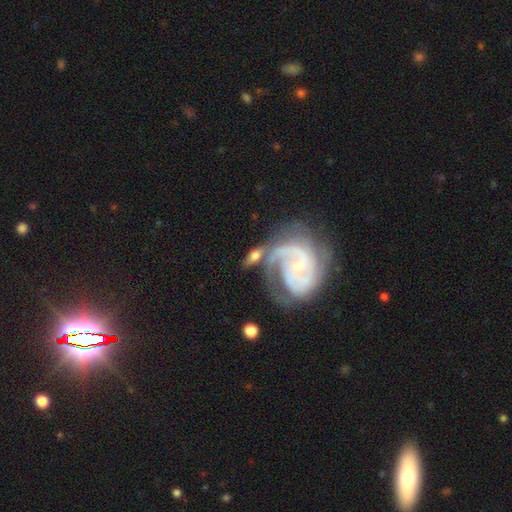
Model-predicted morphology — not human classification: smooth_or_featured: featured or disk (p=0.67) [alt: smooth p=0.27]
disk_edge_on: no (p=0.88) [alt: yes p=0.12]
bar: no (p=0.60) [alt: weak p=0.28]
has_spiral_arms: yes (p=0.86) [alt: no p=0.14]
spiral_winding: tight (p=0.43) [alt: medium p=0.39]
spiral_arm_count: 2 (p=0.70) [alt: can't tell p=0.11]
bulge_size: small (p=0.62) [alt: moderate p=0.29]
merging: none (p=0.47) [alt: merger p=0.23]